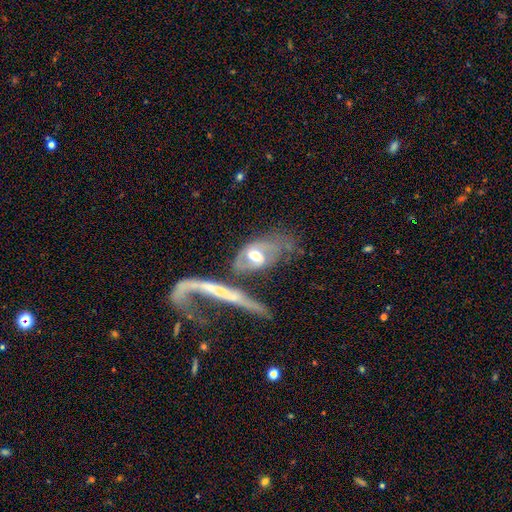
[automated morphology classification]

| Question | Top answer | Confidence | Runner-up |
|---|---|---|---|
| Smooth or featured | featured or disk | 64% | smooth (30%) |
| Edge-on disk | no | 78% | yes (22%) |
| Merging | none | 37% | merger (29%) |